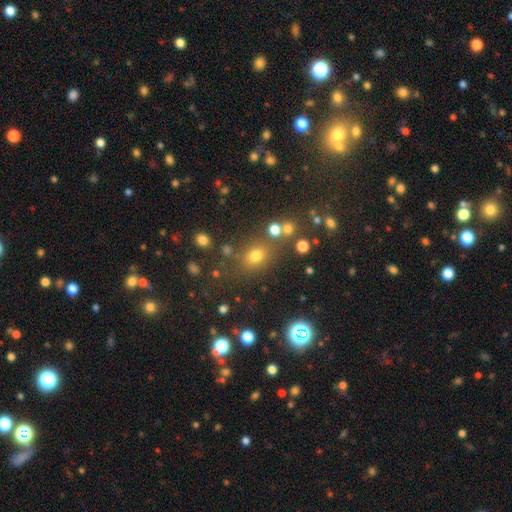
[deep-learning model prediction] Smooth or featured: smooth — 68% (star or artifact — 23%)
How rounded: round — 59% (in between — 39%)
Merging: none — 73% (minor disturbance — 12%)